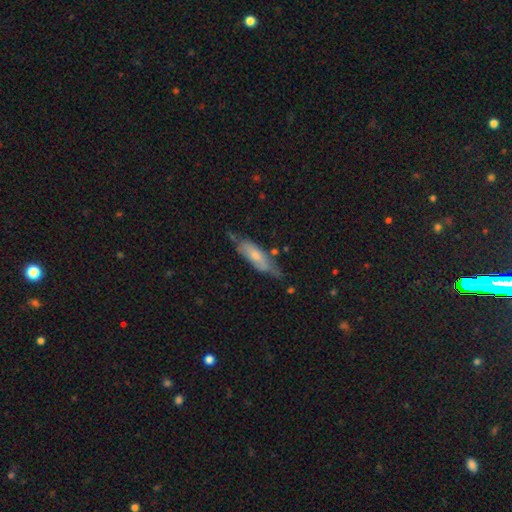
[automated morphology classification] smooth 56%, featured or disk 37%, star or artifact 6%. Down the decision tree: how rounded — cigar-shaped (51%); merging — none (53%).